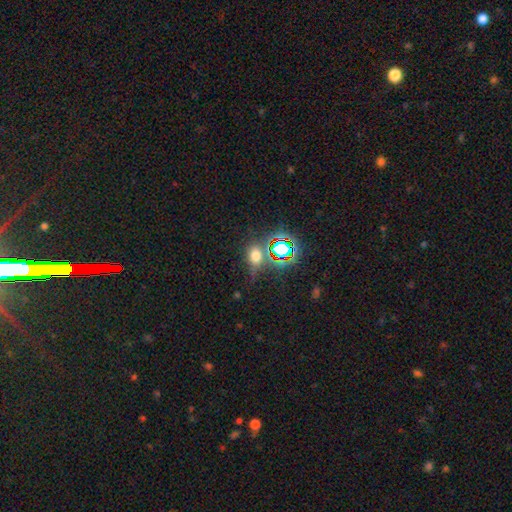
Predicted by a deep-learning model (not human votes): smooth_or_featured: smooth (p=0.54) [alt: star or artifact p=0.37]
how_rounded: in between (p=0.56) [alt: round p=0.41]
merging: none (p=0.68) [alt: minor disturbance p=0.15]